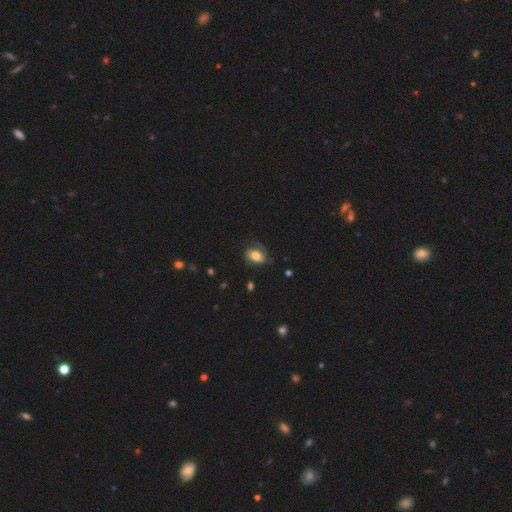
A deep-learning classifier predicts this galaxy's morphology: This is likely a smooth galaxy (67%). How rounded: clearly in between (81%). Merging: likely none (64%).